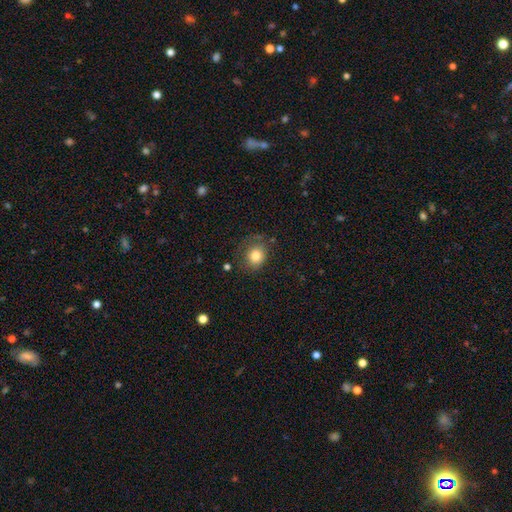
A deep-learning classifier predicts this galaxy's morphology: Smooth or featured?
  - smooth: 80% *
  - star or artifact: 10%
  - featured or disk: 10%
How rounded?
  - round: 71% *
  - in between: 28%
  - cigar-shaped: 1%
Merging?
  - none: 66% *
  - minor disturbance: 21%
  - major disturbance: 9%
  - merger: 3%